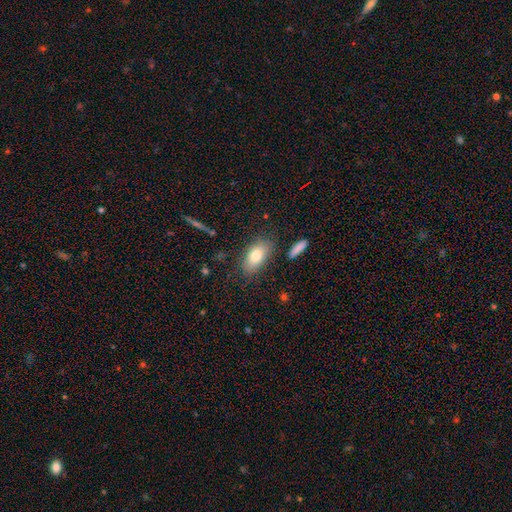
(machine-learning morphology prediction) A smooth galaxy with no disk features (80%) that is in between round and cigar-shaped (90%).

Vote fractions:
- Smooth or featured? smooth: 80% / featured or disk: 13% / star or artifact: 7%
- How rounded? in between: 90% / cigar-shaped: 6% / round: 5%
- Merging? none: 79% / minor disturbance: 13% / major disturbance: 4% / merger: 3%